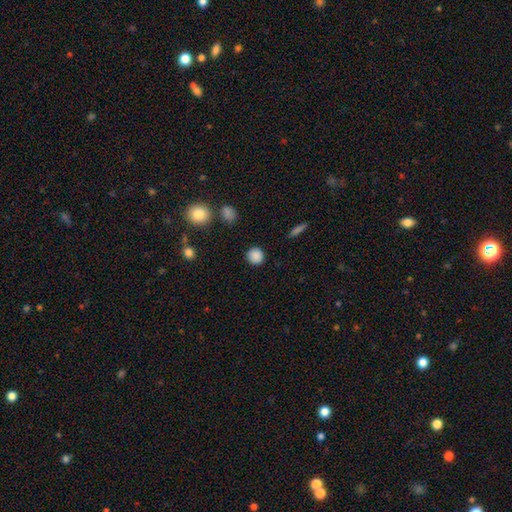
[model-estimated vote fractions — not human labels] Smooth or featured: smooth — 87% (star or artifact — 9%)
How rounded: round — 90% (in between — 9%)
Merging: none — 88% (minor disturbance — 8%)